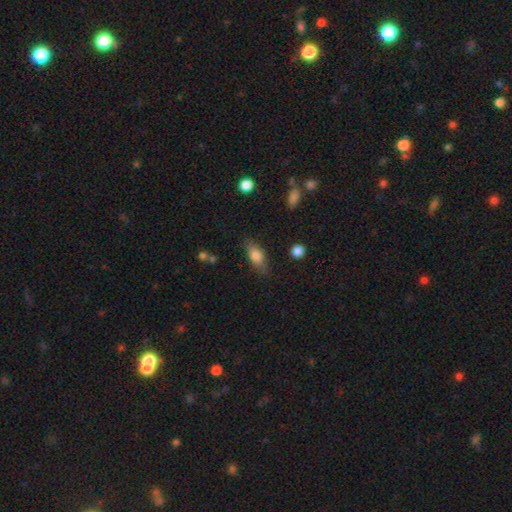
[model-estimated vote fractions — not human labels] This is likely a smooth galaxy (77%). How rounded: likely in between (80%). Merging: likely none (77%).